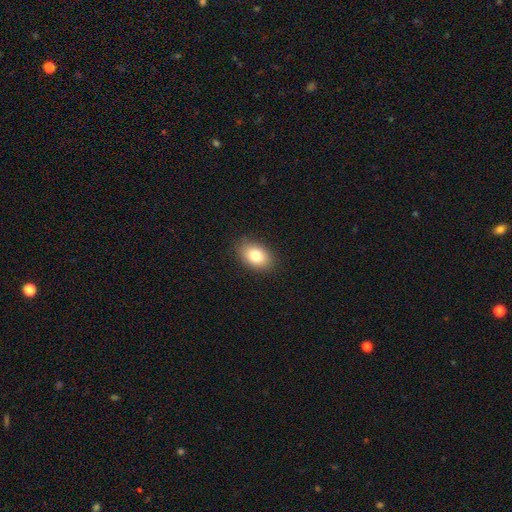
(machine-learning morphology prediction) This is clearly a smooth galaxy (82%). How rounded: clearly in between (86%). Merging: clearly none (87%).